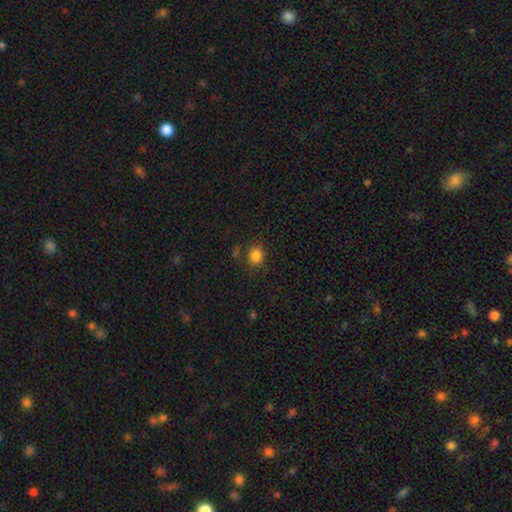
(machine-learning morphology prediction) smooth 83%, star or artifact 13%, featured or disk 4%. Down the decision tree: how rounded — round (71%); merging — none (76%).